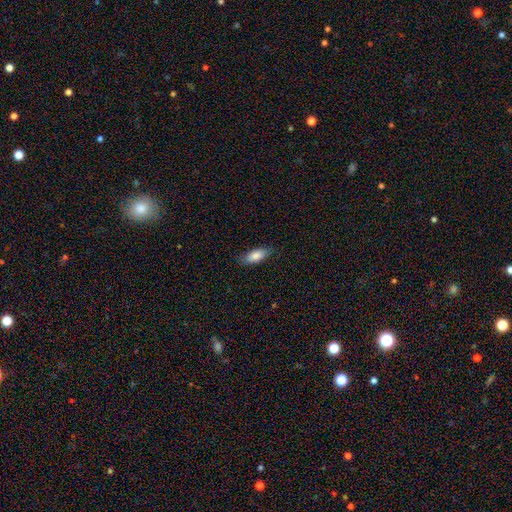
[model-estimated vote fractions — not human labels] The model was most divided on "how rounded": in between: 76%, cigar-shaped: 22%, round: 2%. More confident: merging — none (83%); smooth or featured — smooth (83%).